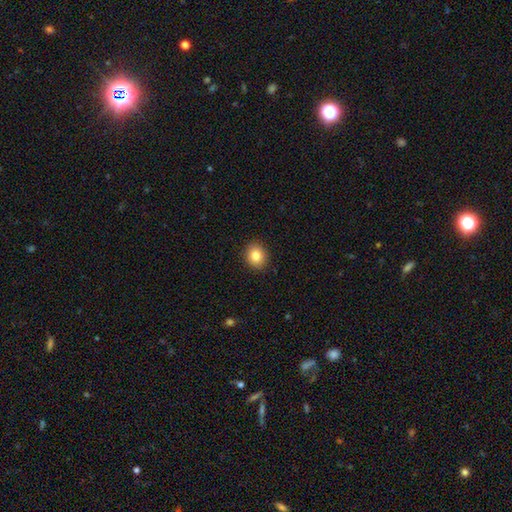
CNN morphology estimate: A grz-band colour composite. It shows a smooth galaxy with no disk features (83%) that is round (73%). Merging: none (91%).